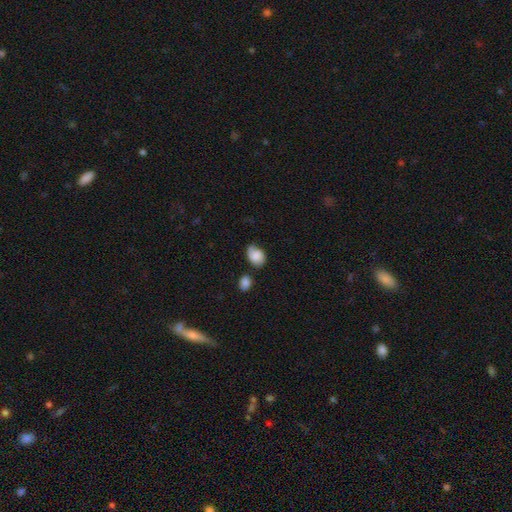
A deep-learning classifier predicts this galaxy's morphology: Smooth or featured? smooth (73%)
How rounded? in between (66%)
Merging? none (50%)